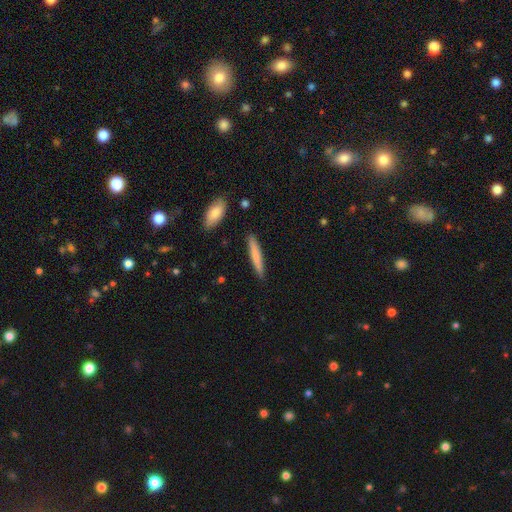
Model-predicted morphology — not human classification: Q: Smooth or featured?
A: smooth (72%); runner-up: featured or disk (23%)
Q: How rounded?
A: cigar-shaped (93%); runner-up: in between (6%)
Q: Merging?
A: none (89%); runner-up: minor disturbance (8%)